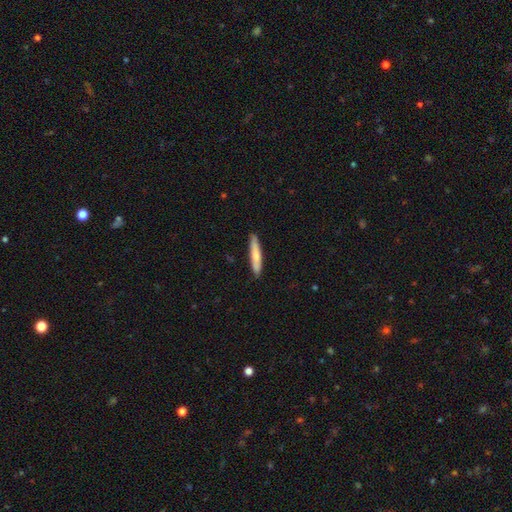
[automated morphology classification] Smooth or featured: smooth — 70% (featured or disk — 24%)
How rounded: cigar-shaped — 92% (in between — 7%)
Merging: none — 88% (minor disturbance — 10%)